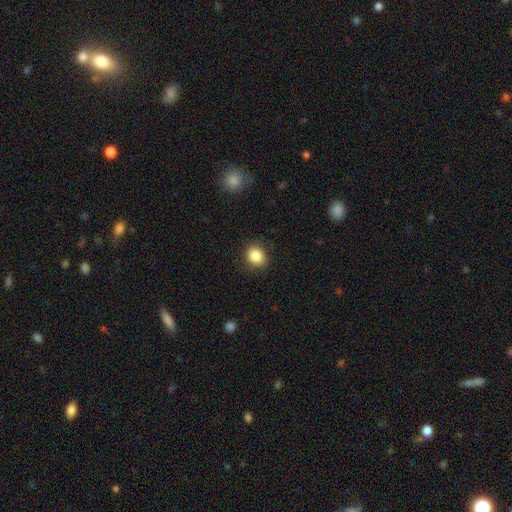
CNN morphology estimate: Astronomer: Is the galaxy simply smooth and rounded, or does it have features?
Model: smooth — 86%.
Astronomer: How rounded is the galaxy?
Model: round — 63%.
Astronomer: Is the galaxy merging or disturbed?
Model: none — 85%.